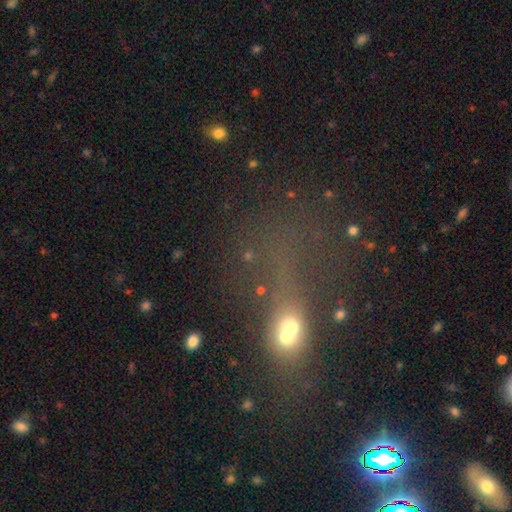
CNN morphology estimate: A star or artifact, not a galaxy (39%).

Vote fractions:
- Smooth or featured? star or artifact: 39% / smooth: 37% / featured or disk: 24%